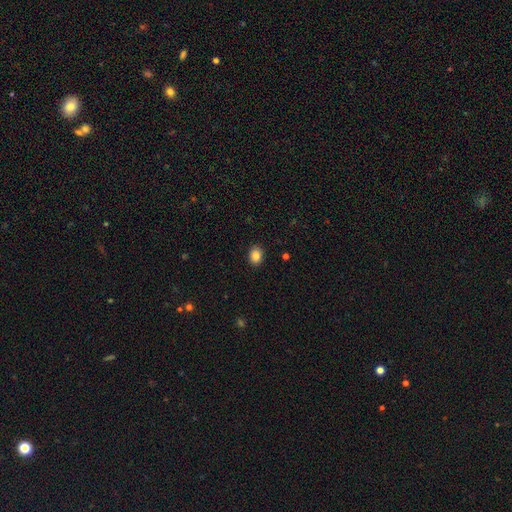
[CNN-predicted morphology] A smooth galaxy with no disk features (86%) that is in between round and cigar-shaped (63%). Merging: none (90%).